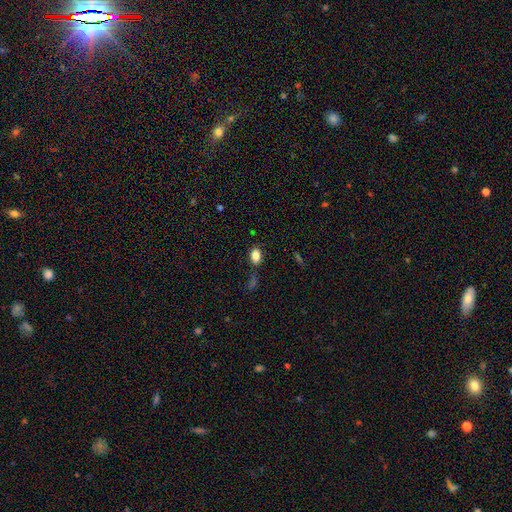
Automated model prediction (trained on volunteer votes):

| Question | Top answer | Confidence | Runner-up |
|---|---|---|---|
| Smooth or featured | smooth | 84% | star or artifact (10%) |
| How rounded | in between | 85% | round (13%) |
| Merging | none | 74% | minor disturbance (15%) |